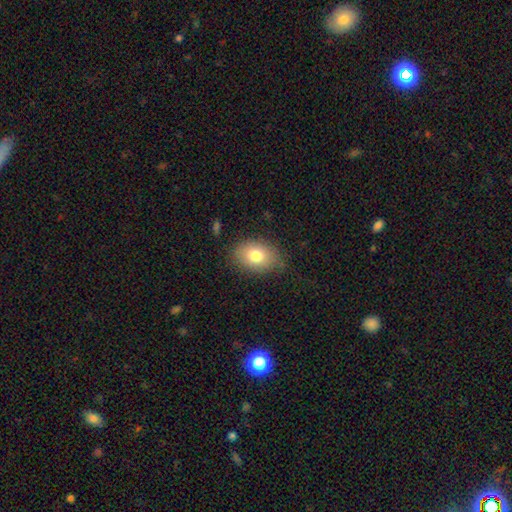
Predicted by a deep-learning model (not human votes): This appears to be a smooth galaxy with no disk features (79%) that is in between round and cigar-shaped (78%). Merging: none (81%).